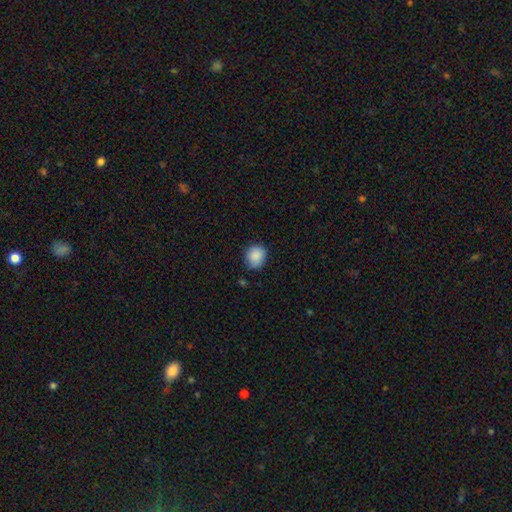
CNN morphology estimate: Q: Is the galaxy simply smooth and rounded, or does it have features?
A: smooth — 89%.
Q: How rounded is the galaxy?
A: round — 76%.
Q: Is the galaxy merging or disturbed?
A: none — 82%.